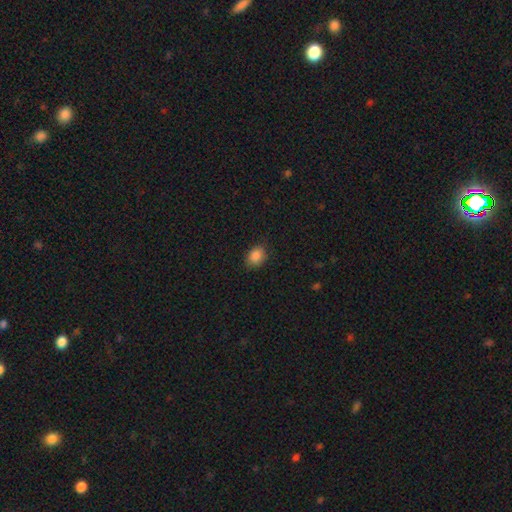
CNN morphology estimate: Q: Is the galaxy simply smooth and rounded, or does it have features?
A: smooth — 87%.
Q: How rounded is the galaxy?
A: in between — 64%.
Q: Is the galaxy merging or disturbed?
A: none — 82%.